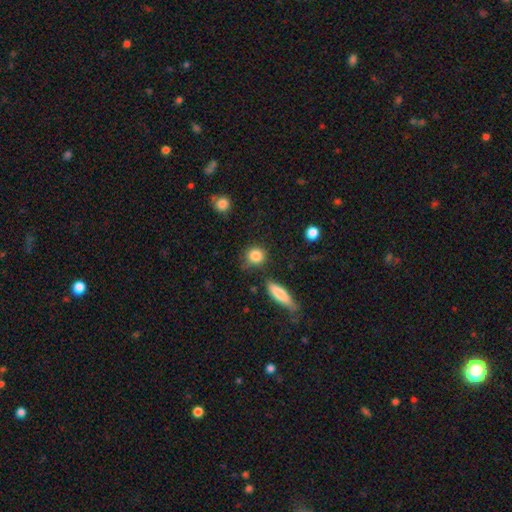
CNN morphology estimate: Overall: smooth (86%). How rounded: round (84%). Merging: none (77%).